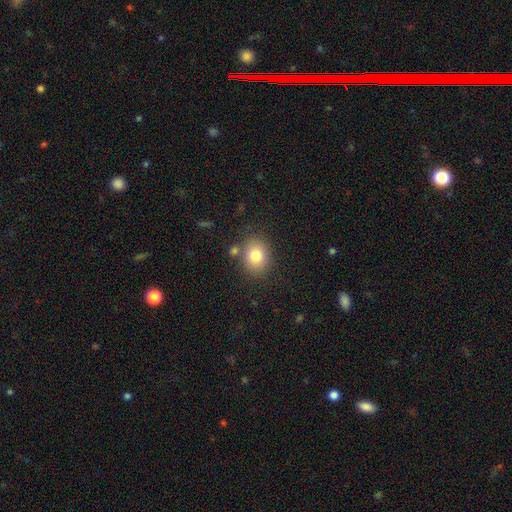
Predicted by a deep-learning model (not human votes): smooth_or_featured: smooth (p=0.80) [alt: star or artifact p=0.10]
how_rounded: round (p=0.58) [alt: in between p=0.41]
merging: none (p=0.79) [alt: minor disturbance p=0.11]